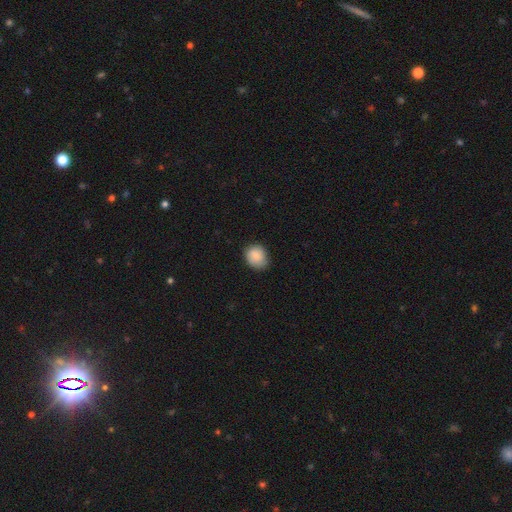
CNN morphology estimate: type=smooth (85%); roundness=round (65%); merging=none (74%).